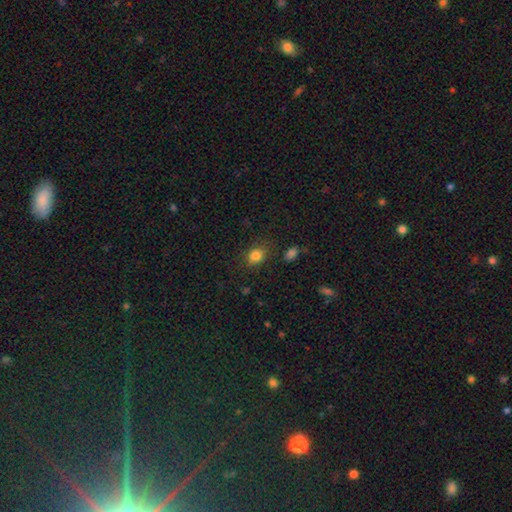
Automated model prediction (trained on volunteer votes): Smooth or featured? smooth (83%)
How rounded? round (50%)
Merging? none (80%)